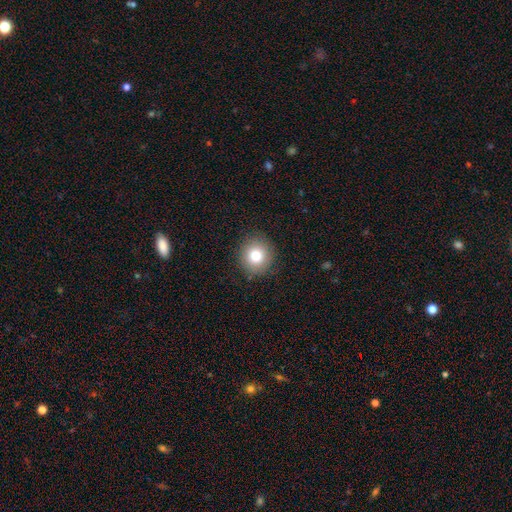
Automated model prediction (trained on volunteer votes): Q: Smooth or featured?
A: smooth (79%); runner-up: star or artifact (11%)
Q: How rounded?
A: round (90%); runner-up: in between (9%)
Q: Merging?
A: none (89%); runner-up: minor disturbance (8%)